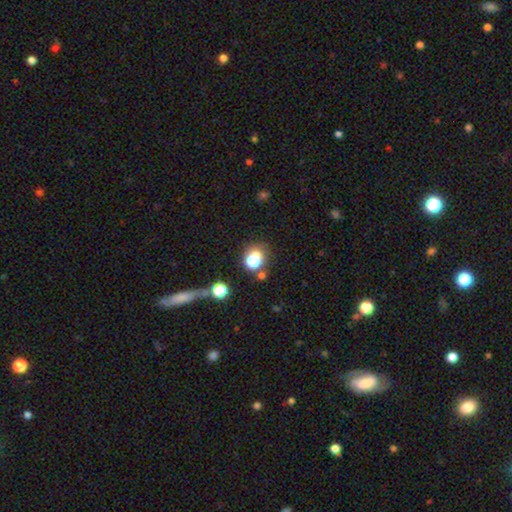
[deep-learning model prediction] Smooth or featured: smooth — 67% (star or artifact — 23%)
How rounded: round — 65% (in between — 33%)
Merging: none — 59% (merger — 18%)